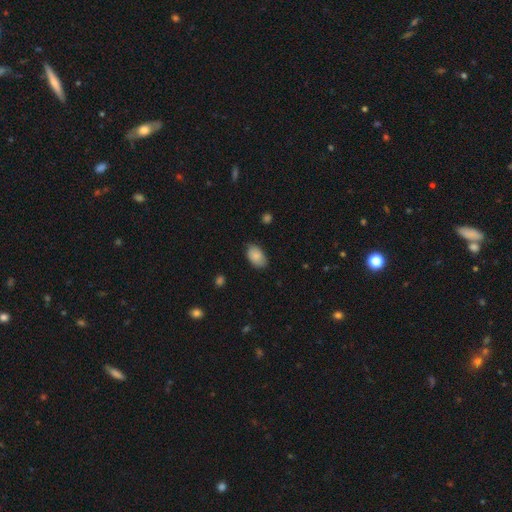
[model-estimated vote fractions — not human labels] smooth-or-featured: smooth: 86% | featured or disk: 8% | star or artifact: 7%
  how-rounded: in between: 91% | round: 7% | cigar-shaped: 1%
  merging: none: 76% | minor disturbance: 19% | major disturbance: 3% | merger: 1%